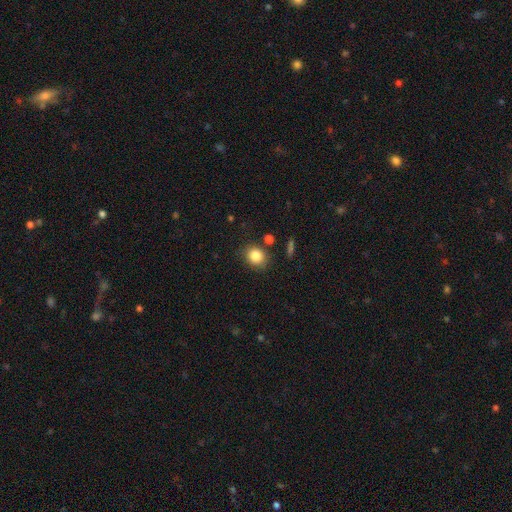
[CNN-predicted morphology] smooth_or_featured: smooth (p=0.84) [alt: star or artifact p=0.10]
how_rounded: round (p=0.68) [alt: in between p=0.31]
merging: none (p=0.80) [alt: minor disturbance p=0.12]